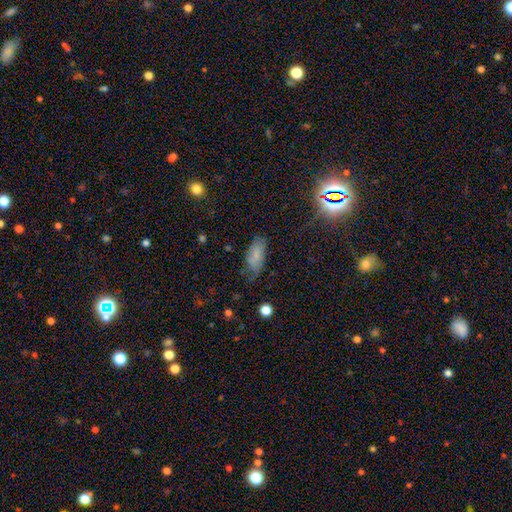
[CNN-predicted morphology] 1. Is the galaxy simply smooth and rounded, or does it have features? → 71% smooth, 18% featured or disk, 11% star or artifact.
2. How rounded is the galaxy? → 88% in between, 9% cigar-shaped, 3% round.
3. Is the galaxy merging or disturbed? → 57% none, 30% minor disturbance, 10% major disturbance, 2% merger.